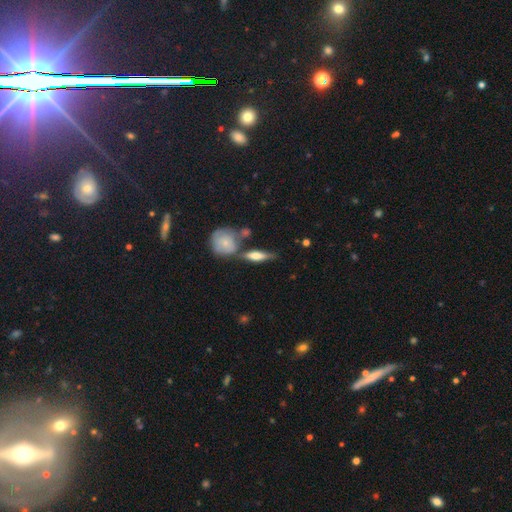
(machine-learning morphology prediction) This appears to be a smooth galaxy with no disk features (47%). Merging: none (61%).